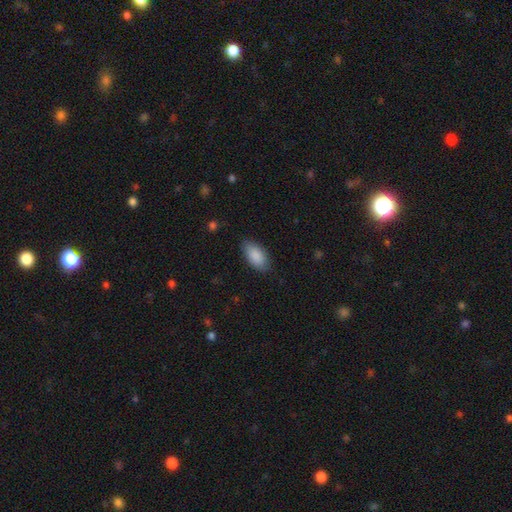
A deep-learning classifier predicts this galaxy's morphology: Smooth or featured? Predicted: smooth (p=0.89). How rounded? Predicted: in between (p=0.93). Merging? Predicted: none (p=0.84).